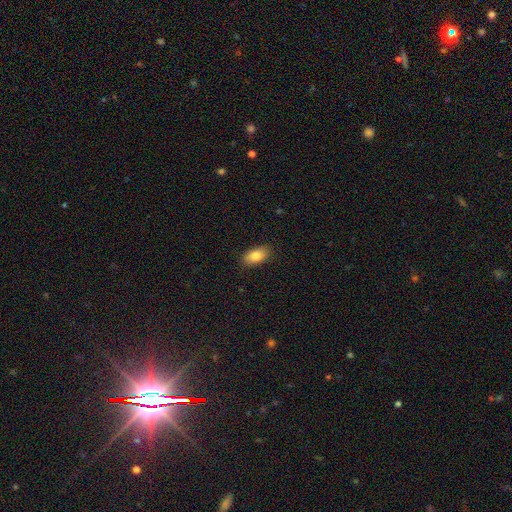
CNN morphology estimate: Smooth or featured?
  - smooth: 86% *
  - star or artifact: 7%
  - featured or disk: 7%
How rounded?
  - in between: 91% *
  - cigar-shaped: 5%
  - round: 4%
Merging?
  - none: 86% *
  - minor disturbance: 11%
  - major disturbance: 2%
  - merger: 1%